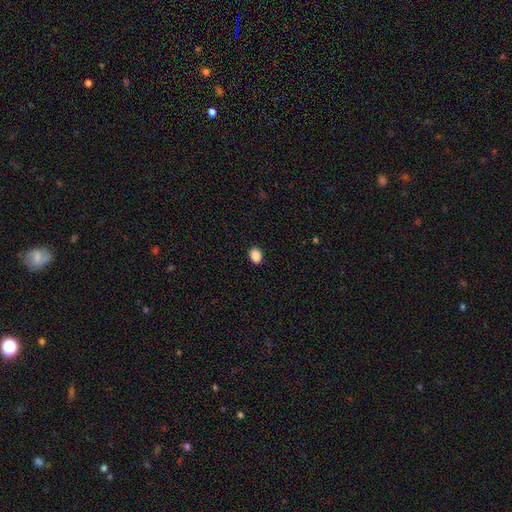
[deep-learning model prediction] Overall: smooth (88%). How rounded: in between (65%; round 34%). Merging: none (91%).